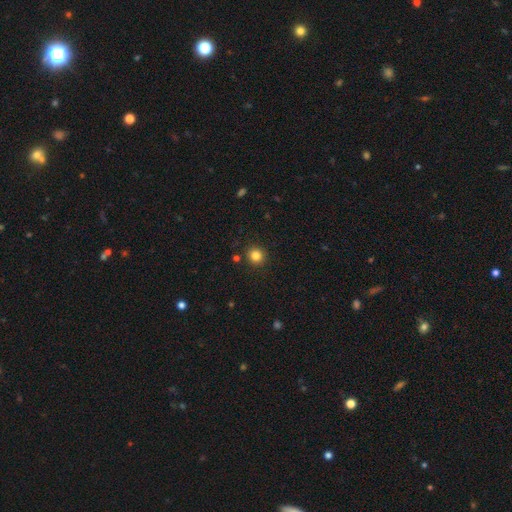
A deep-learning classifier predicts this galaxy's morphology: smooth 83%, star or artifact 12%, featured or disk 5%. Down the decision tree: how rounded — round (91%); merging — none (90%).